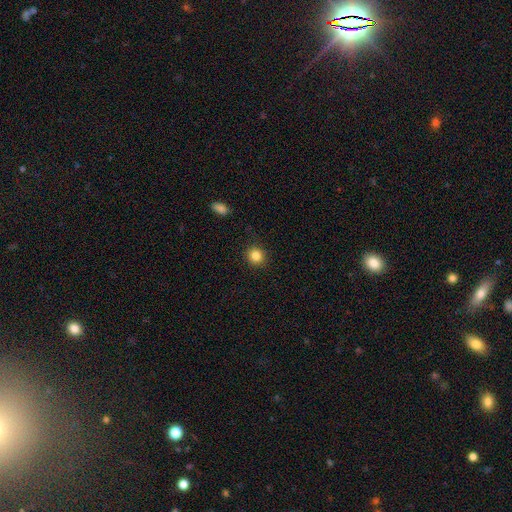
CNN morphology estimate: This appears to be a smooth galaxy with no disk features (85%) that is round (90%). Merging: none (90%).